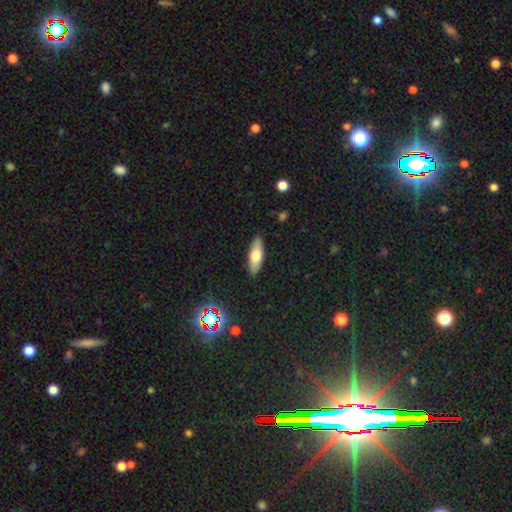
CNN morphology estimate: smooth_or_featured: smooth (p=0.66) [alt: featured or disk p=0.27]
how_rounded: in between (p=0.62) [alt: cigar-shaped p=0.36]
merging: none (p=0.88) [alt: minor disturbance p=0.09]